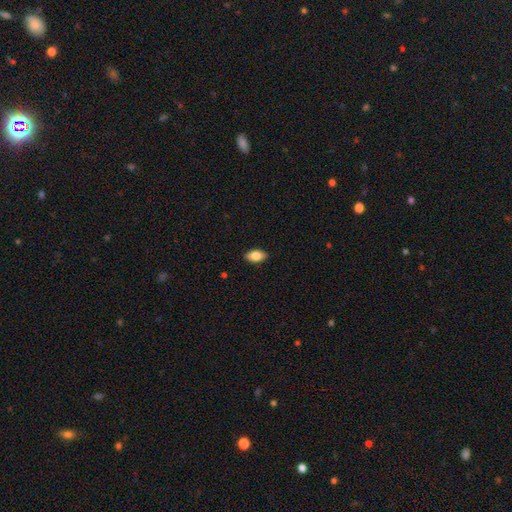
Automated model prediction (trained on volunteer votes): Q: Smooth or featured?
A: smooth (83%); runner-up: featured or disk (10%)
Q: How rounded?
A: in between (92%); runner-up: round (4%)
Q: Merging?
A: none (89%); runner-up: minor disturbance (9%)